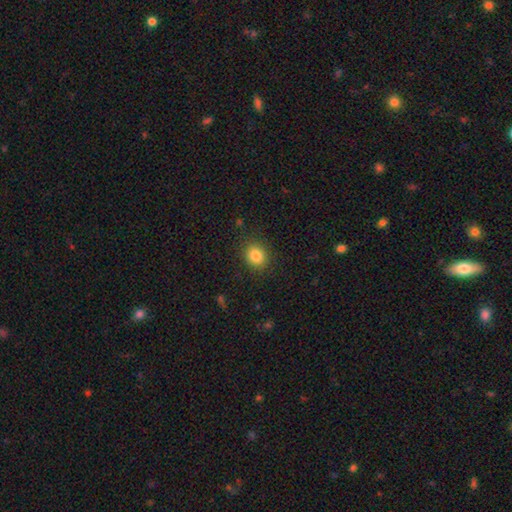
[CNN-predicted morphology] Smooth or featured? Predicted: smooth (p=0.84). How rounded? Predicted: round (p=0.74). Merging? Predicted: none (p=0.88).